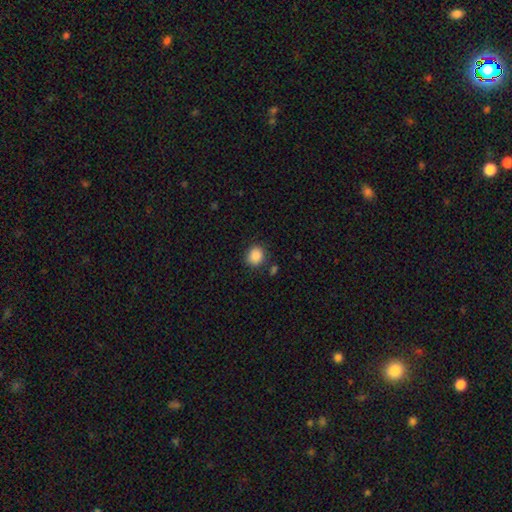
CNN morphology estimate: The model was most divided on "how rounded": round: 77%, in between: 22%, cigar-shaped: 1%. More confident: smooth or featured — smooth (87%); merging — none (82%).